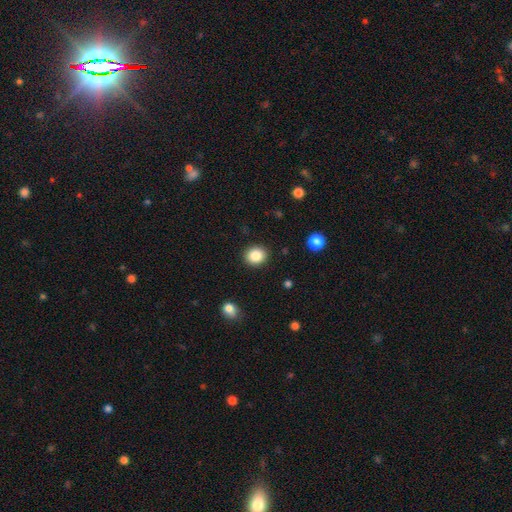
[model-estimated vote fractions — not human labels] A smooth galaxy with no disk features (86%) that is round (74%). Merging: none (90%).